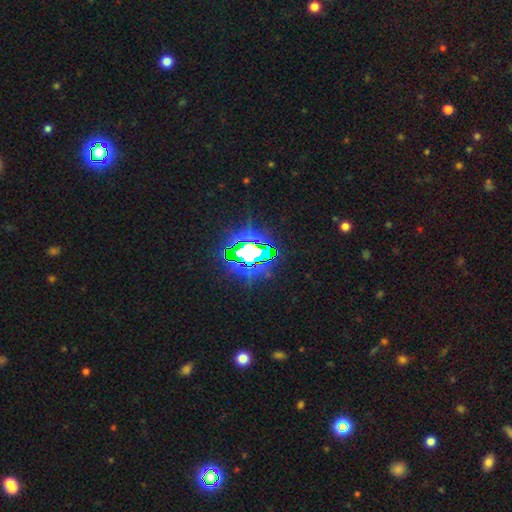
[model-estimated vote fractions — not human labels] The model was most divided on "smooth or featured": star or artifact: 79%, featured or disk: 11%, smooth: 10%.